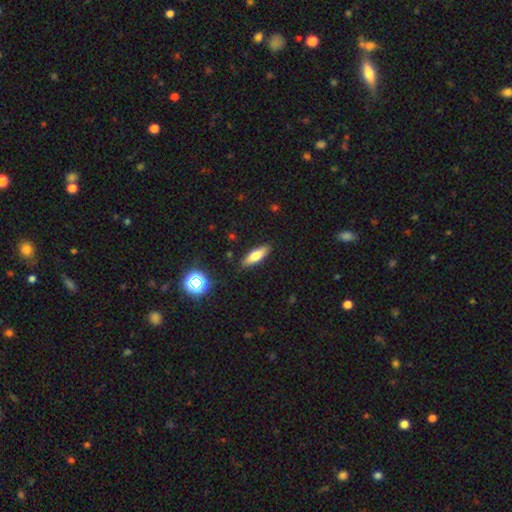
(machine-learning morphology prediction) Smooth or featured: smooth — 67% (featured or disk — 24%)
How rounded: in between — 54% (cigar-shaped — 43%)
Merging: none — 87% (minor disturbance — 9%)